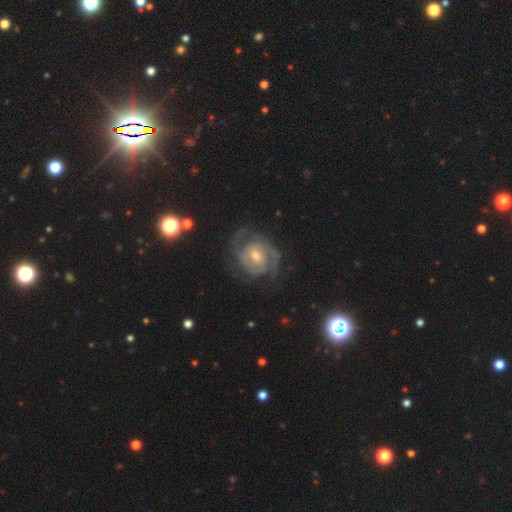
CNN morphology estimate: The model was most divided on "bar": no: 47%, weak: 41%, strong: 12%. More confident: edge-on disk — no (98%); spiral arms — yes (96%); smooth or featured — featured or disk (87%); merging — none (72%); spiral winding — tight (58%); spiral arm count — 2 (57%); bulge size — small (53%).